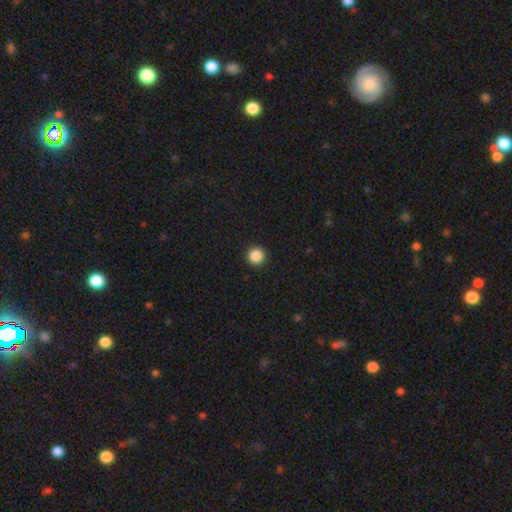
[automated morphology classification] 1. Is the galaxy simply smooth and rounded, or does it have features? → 87% smooth, 10% star or artifact, 3% featured or disk.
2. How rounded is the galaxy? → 96% round, 3% in between, 1% cigar-shaped.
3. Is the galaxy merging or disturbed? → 93% none, 5% minor disturbance, 2% major disturbance, 1% merger.